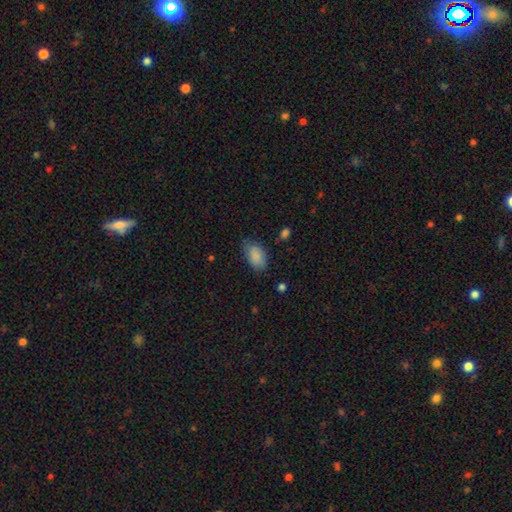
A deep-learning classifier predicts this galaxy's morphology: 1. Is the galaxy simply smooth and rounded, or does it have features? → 87% smooth, 7% star or artifact, 6% featured or disk.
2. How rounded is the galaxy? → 92% in between, 7% round, 2% cigar-shaped.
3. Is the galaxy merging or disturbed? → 74% none, 20% minor disturbance, 5% major disturbance, 1% merger.